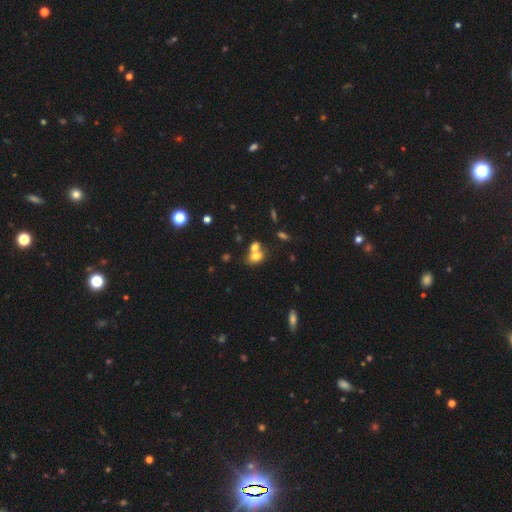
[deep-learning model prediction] smooth_or_featured: smooth (p=0.70) [alt: featured or disk p=0.17]
how_rounded: in between (p=0.67) [alt: round p=0.31]
merging: merger (p=0.54) [alt: none p=0.33]